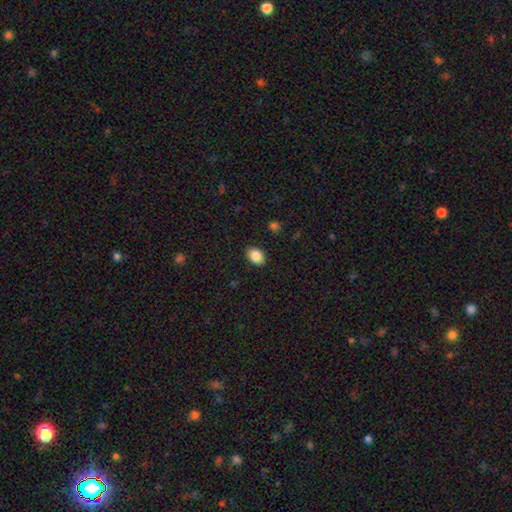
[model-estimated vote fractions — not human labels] Morphology: type=smooth (87%); roundness=in between (75%); merging=none (89%).